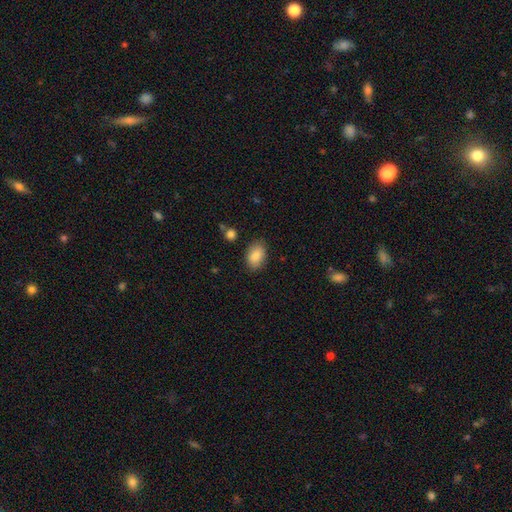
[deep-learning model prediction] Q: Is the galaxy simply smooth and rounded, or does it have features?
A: smooth — 87%.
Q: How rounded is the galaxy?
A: in between — 87%.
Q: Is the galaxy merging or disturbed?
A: none — 83%.